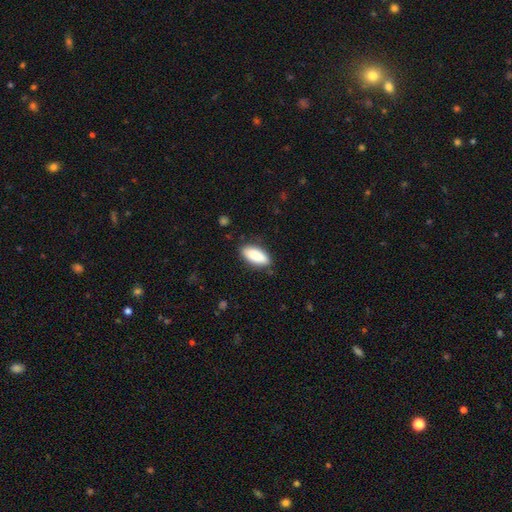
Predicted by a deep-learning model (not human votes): Smooth or featured? smooth (89%)
How rounded? in between (87%)
Merging? none (83%)